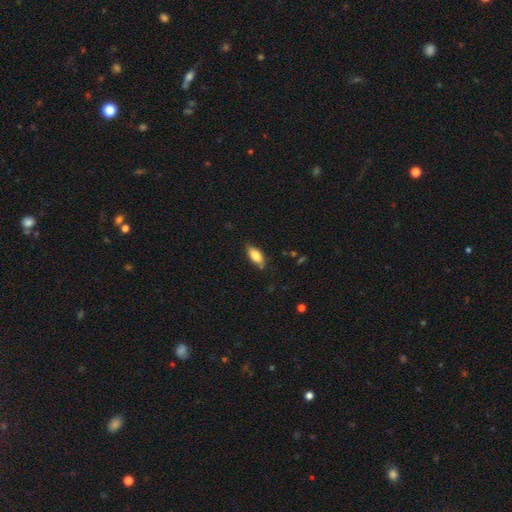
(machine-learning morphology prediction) Smooth or featured: smooth — 81% (featured or disk — 12%)
How rounded: in between — 87% (cigar-shaped — 11%)
Merging: none — 77% (minor disturbance — 19%)